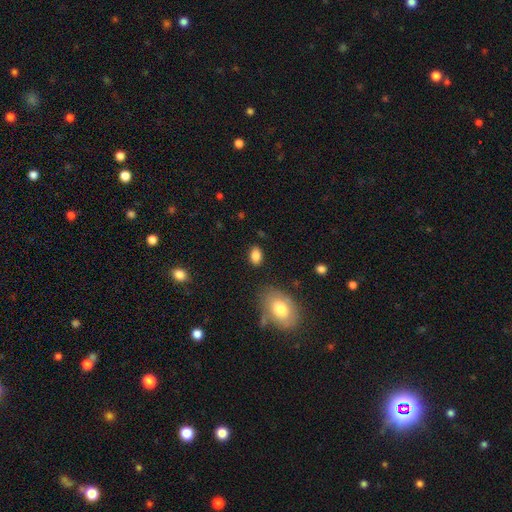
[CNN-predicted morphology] Overall: smooth (85%). How rounded: in between (83%). Merging: none (83%).